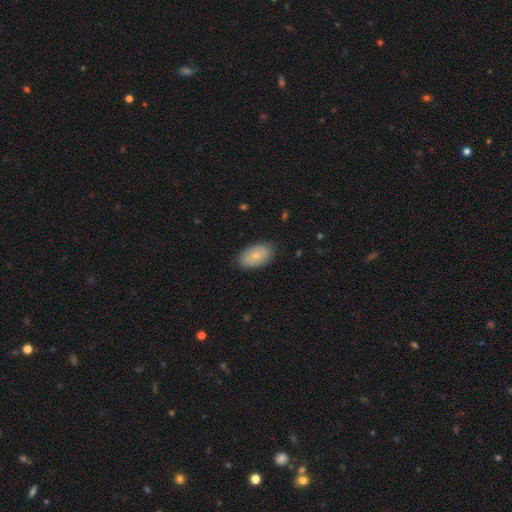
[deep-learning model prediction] Overall: smooth (71%). How rounded: in between (93%). Merging: none (82%).